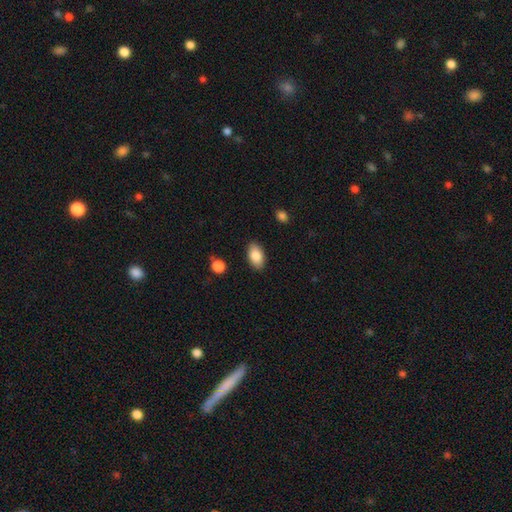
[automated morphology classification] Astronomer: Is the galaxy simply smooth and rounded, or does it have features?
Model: smooth — 85%.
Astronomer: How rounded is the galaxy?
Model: in between — 93%.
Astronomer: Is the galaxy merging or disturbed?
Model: none — 87%.